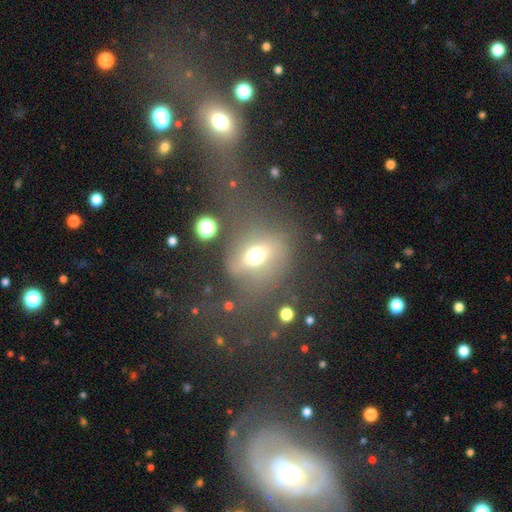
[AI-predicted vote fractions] smooth 56%, featured or disk 23%, star or artifact 21%. Down the decision tree: how rounded — round (62%); merging — none (60%).